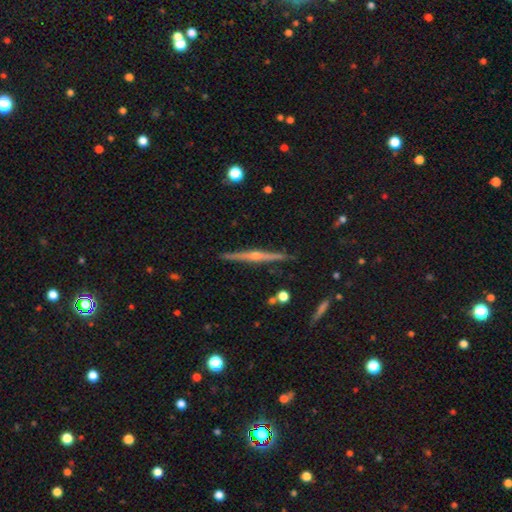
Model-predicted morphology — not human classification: A featured or disk galaxy (82%) viewed edge-on (98%) with a rounded central bulge (90%). Merging: none (90%).